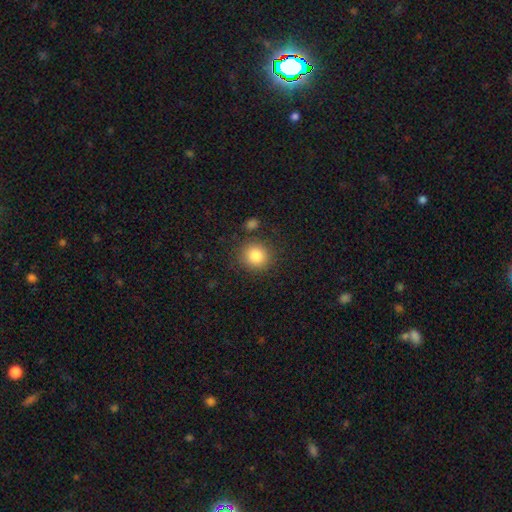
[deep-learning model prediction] Smooth or featured? Predicted: smooth (p=0.84). How rounded? Predicted: round (p=0.90). Merging? Predicted: none (p=0.85).